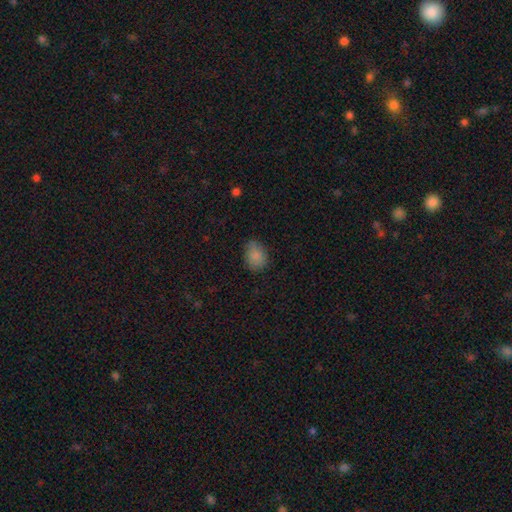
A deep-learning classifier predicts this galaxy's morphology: smooth 84%, star or artifact 9%, featured or disk 6%. Down the decision tree: how rounded — in between (60%); merging — none (72%).